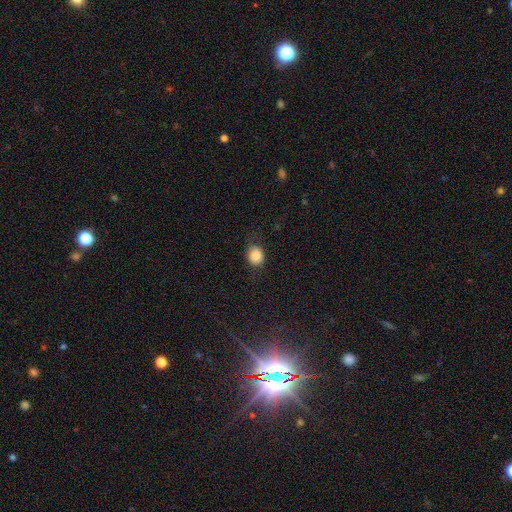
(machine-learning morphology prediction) Smooth or featured? smooth (85%)
How rounded? round (65%)
Merging? none (73%)